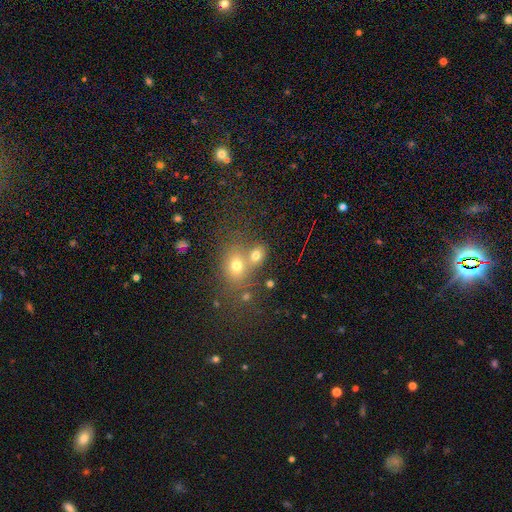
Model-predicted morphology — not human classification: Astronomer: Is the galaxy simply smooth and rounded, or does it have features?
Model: smooth — 69%.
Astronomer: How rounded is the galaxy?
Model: in between — 53% (runner-up: round, 46%).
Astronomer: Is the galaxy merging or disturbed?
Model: merger — 43%, tied with none at 43%.